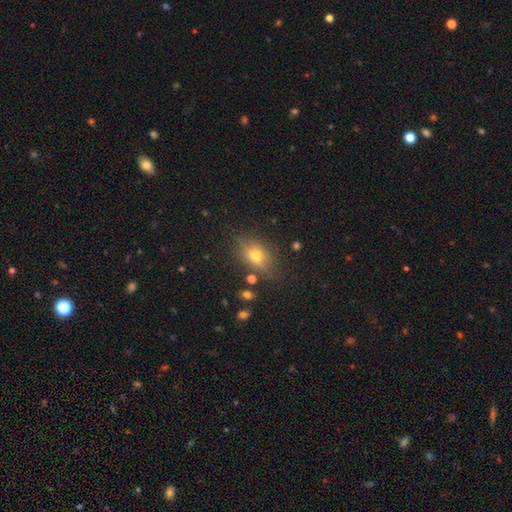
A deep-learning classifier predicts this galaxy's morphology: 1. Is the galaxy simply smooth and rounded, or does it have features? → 59% smooth, 26% featured or disk, 15% star or artifact.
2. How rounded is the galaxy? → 73% in between, 20% round, 6% cigar-shaped.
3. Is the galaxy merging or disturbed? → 77% none, 15% minor disturbance, 5% major disturbance, 3% merger.